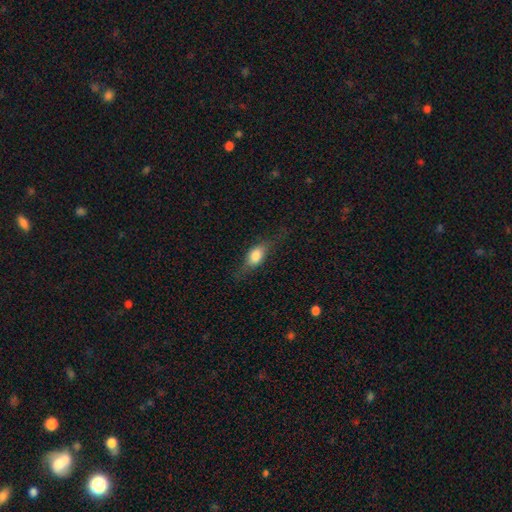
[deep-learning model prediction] Q: Smooth or featured?
A: smooth (66%); runner-up: featured or disk (26%)
Q: How rounded?
A: in between (72%); runner-up: cigar-shaped (18%)
Q: Merging?
A: none (65%); runner-up: minor disturbance (22%)